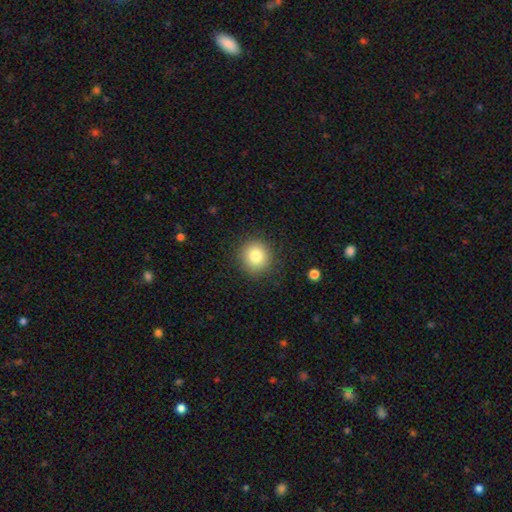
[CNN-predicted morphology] smooth 82%, star or artifact 10%, featured or disk 8%. Down the decision tree: how rounded — round (91%); merging — none (89%).